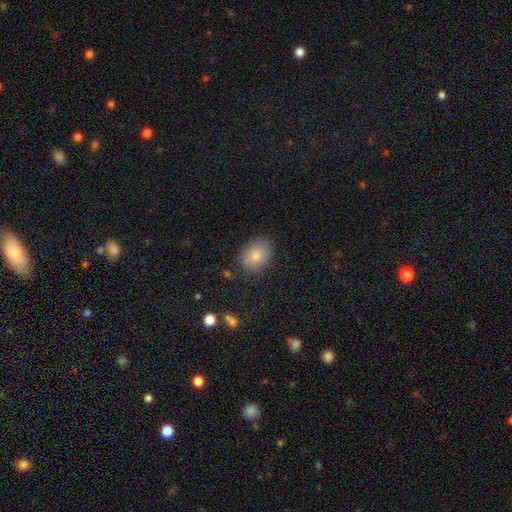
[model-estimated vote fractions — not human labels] smooth-or-featured: smooth: 79% | featured or disk: 13% | star or artifact: 8%
  how-rounded: in between: 69% | round: 30% | cigar-shaped: 1%
  merging: none: 81% | minor disturbance: 14% | major disturbance: 4% | merger: 2%